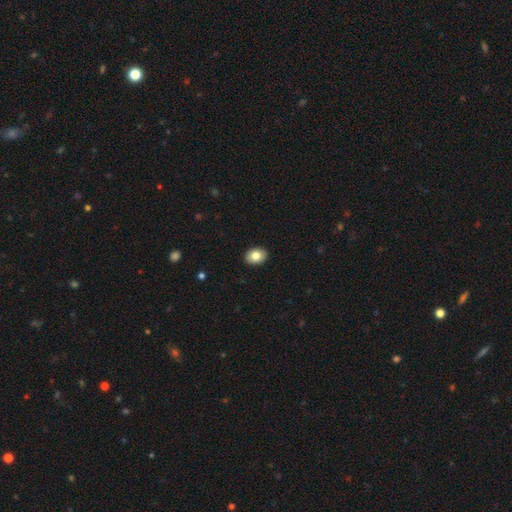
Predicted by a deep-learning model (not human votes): Smooth or featured?
  - smooth: 81% *
  - featured or disk: 11%
  - star or artifact: 8%
How rounded?
  - in between: 70% *
  - round: 29%
  - cigar-shaped: 1%
Merging?
  - none: 91% *
  - minor disturbance: 6%
  - major disturbance: 1%
  - merger: 1%